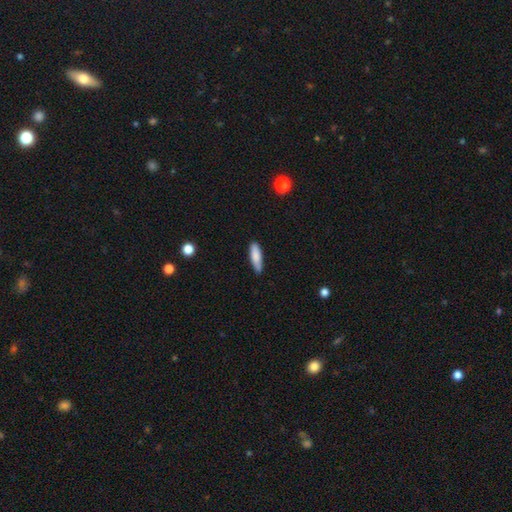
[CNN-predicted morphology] Q: Smooth or featured?
A: smooth (83%); runner-up: featured or disk (11%)
Q: How rounded?
A: cigar-shaped (61%); runner-up: in between (37%)
Q: Merging?
A: none (79%); runner-up: minor disturbance (17%)